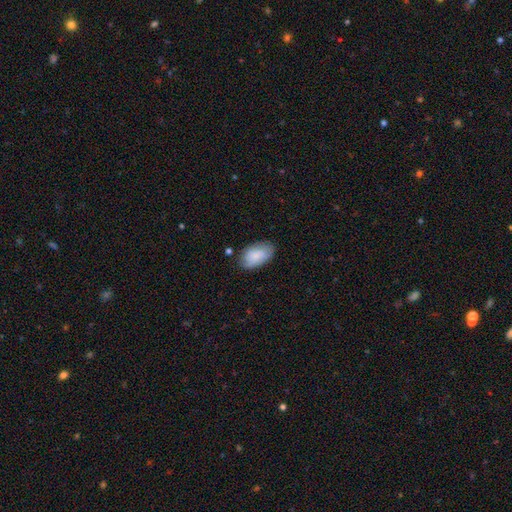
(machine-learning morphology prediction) smooth 82%, featured or disk 12%, star or artifact 6%. Down the decision tree: how rounded — in between (94%); merging — none (74%).